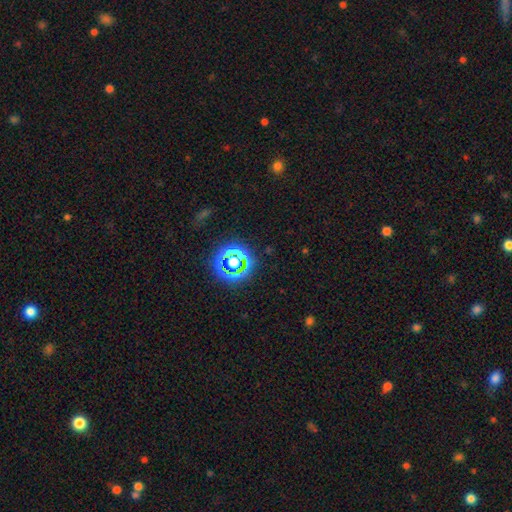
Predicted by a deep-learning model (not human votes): This appears to be a star or artifact, not a galaxy (75%).